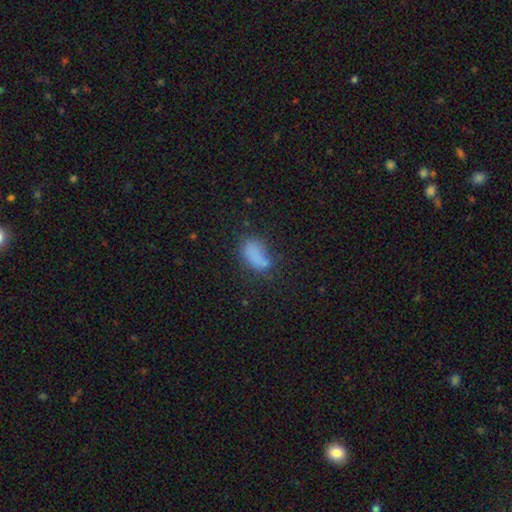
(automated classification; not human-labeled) Smooth or featured: smooth — 77% (star or artifact — 12%)
How rounded: in between — 88% (round — 7%)
Merging: none — 49% (minor disturbance — 26%)